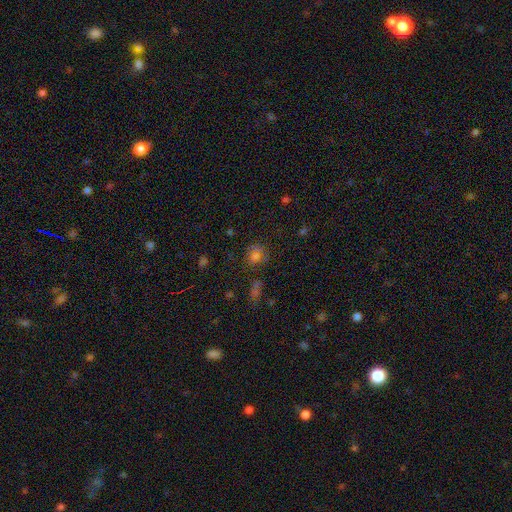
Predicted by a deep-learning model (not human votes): This appears to be a smooth galaxy with no disk features (75%) that is round (73%). Merging: none (73%).